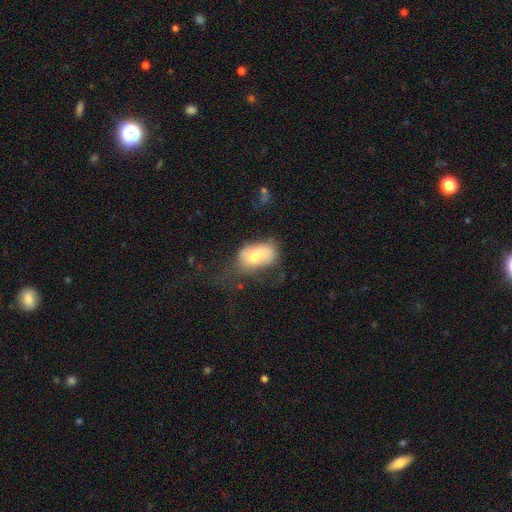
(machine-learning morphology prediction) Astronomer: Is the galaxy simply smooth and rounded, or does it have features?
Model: smooth — 67%.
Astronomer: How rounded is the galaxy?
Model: in between — 87%.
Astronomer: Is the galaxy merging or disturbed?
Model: major disturbance — 35% (runner-up: minor disturbance, 30%).